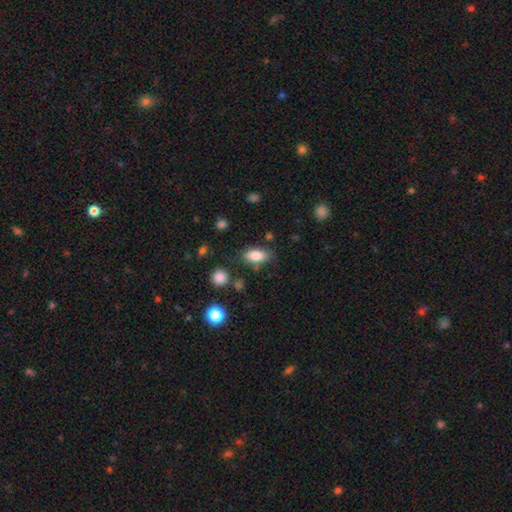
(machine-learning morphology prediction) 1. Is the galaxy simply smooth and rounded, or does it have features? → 84% smooth, 8% star or artifact, 8% featured or disk.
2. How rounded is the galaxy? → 89% in between, 6% cigar-shaped, 5% round.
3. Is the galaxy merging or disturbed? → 76% none, 15% minor disturbance, 4% major disturbance, 4% merger.